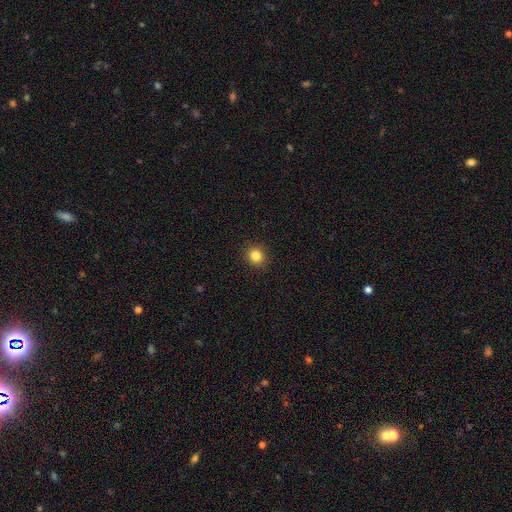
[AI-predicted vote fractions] The model was most divided on "how rounded": round: 83%, in between: 16%, cigar-shaped: 1%. More confident: merging — none (92%); smooth or featured — smooth (84%).